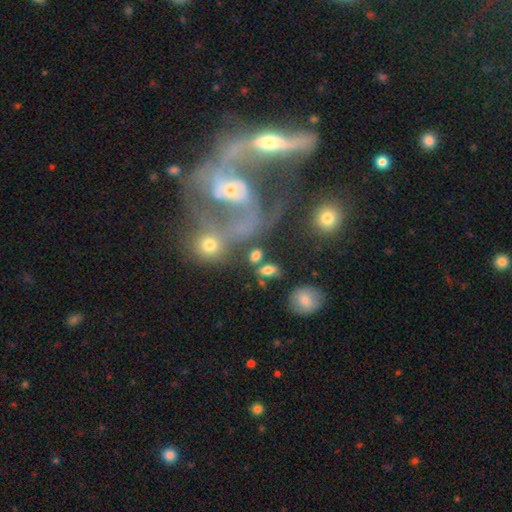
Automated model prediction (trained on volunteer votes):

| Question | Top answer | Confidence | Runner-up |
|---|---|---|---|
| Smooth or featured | smooth | 66% | featured or disk (23%) |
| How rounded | in between | 82% | round (13%) |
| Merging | none | 59% | merger (17%) |